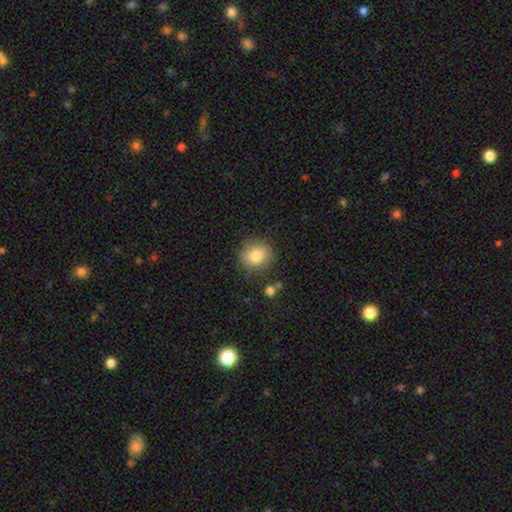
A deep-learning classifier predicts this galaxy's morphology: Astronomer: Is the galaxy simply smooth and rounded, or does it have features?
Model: smooth — 83%.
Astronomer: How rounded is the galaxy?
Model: round — 81%.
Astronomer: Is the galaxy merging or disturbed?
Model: none — 81%.